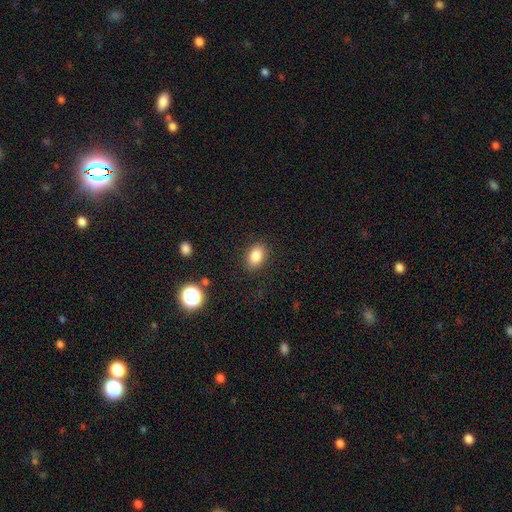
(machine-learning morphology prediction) Smooth or featured? Predicted: smooth (p=0.84). How rounded? Predicted: in between (p=0.81). Merging? Predicted: none (p=0.87).